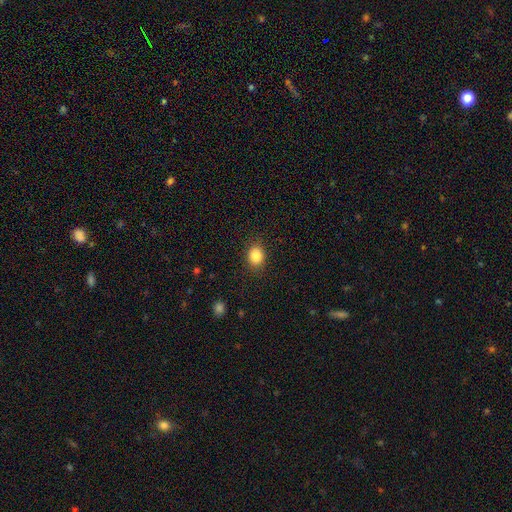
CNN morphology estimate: smooth-or-featured: smooth: 86% | star or artifact: 10% | featured or disk: 5%
  how-rounded: round: 55% | in between: 45% | cigar-shaped: 1%
  merging: none: 87% | minor disturbance: 9% | major disturbance: 3% | merger: 1%